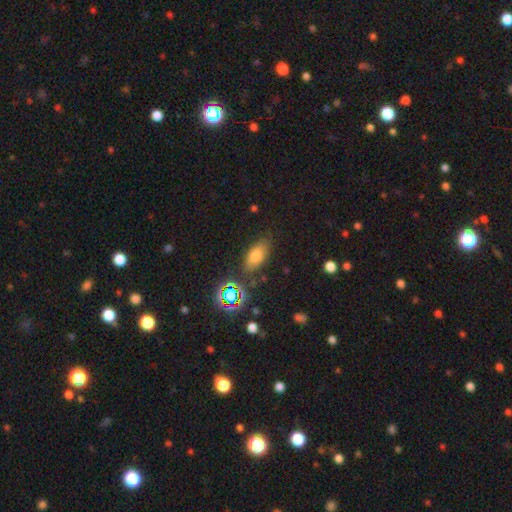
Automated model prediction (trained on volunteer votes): Morphology: type=smooth (68%); roundness=in between (81%); merging=none (78%).